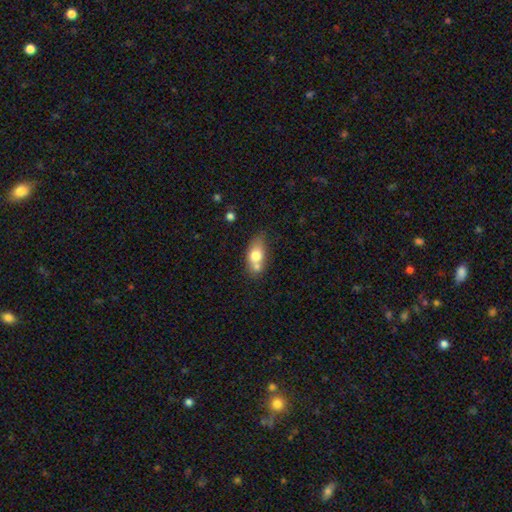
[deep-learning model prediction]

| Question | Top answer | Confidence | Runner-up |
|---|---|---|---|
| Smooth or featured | smooth | 69% | featured or disk (23%) |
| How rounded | in between | 79% | round (14%) |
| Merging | none | 41% | merger (37%) |